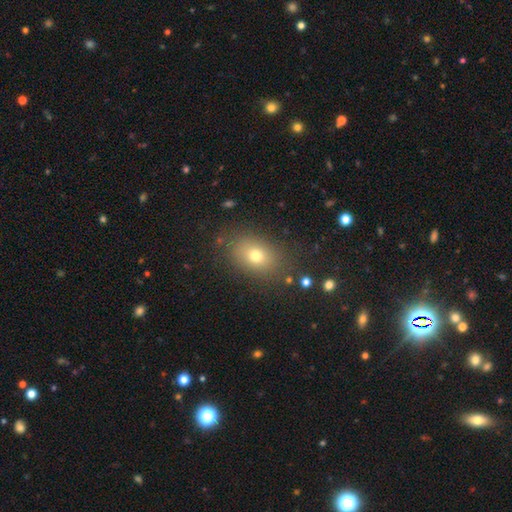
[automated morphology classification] Q: Smooth or featured?
A: smooth (73%); runner-up: star or artifact (14%)
Q: How rounded?
A: in between (73%); runner-up: round (26%)
Q: Merging?
A: none (83%); runner-up: minor disturbance (11%)